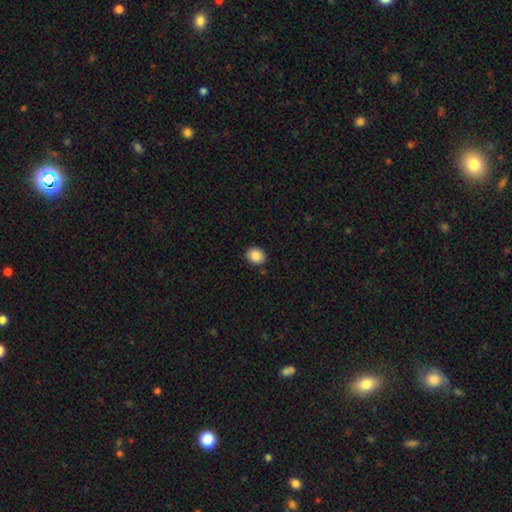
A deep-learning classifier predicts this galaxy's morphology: Smooth or featured? Predicted: smooth (p=0.88). How rounded? Predicted: round (p=0.58). Merging? Predicted: none (p=0.88).